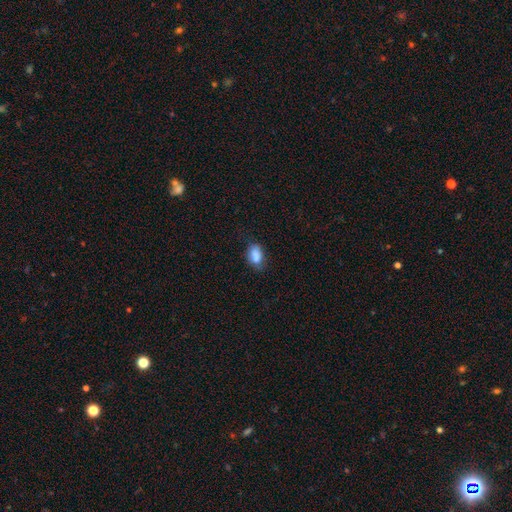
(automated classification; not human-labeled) A smooth galaxy with no disk features (83%) that is in between round and cigar-shaped (85%).

Vote fractions:
- Smooth or featured? smooth: 83% / star or artifact: 9% / featured or disk: 8%
- How rounded? in between: 85% / round: 12% / cigar-shaped: 3%
- Merging? none: 61% / minor disturbance: 27% / major disturbance: 7% / merger: 5%